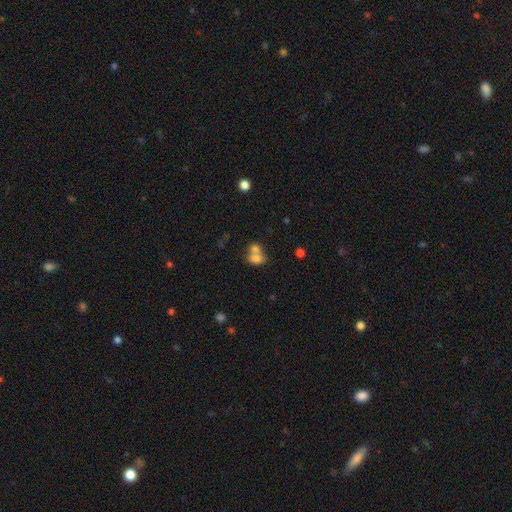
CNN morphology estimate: Overall: smooth (75%). How rounded: in between (63%; round 35%). Merging: merger (63%; none 25%).